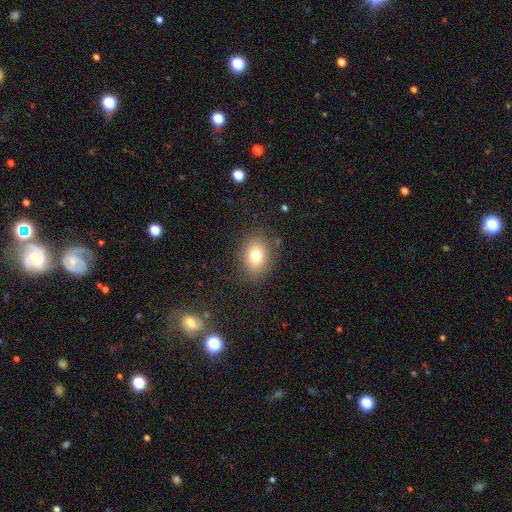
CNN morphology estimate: smooth 76%, featured or disk 12%, star or artifact 12%. Down the decision tree: how rounded — in between (61%); merging — none (83%).